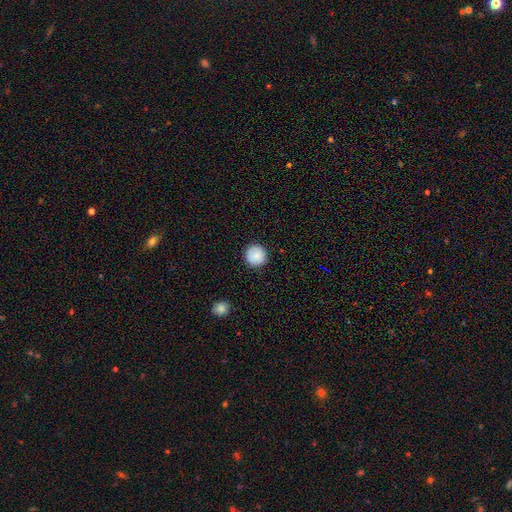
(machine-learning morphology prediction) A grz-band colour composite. It shows a smooth galaxy with no disk features (87%) that is round (96%). Merging: none (92%).